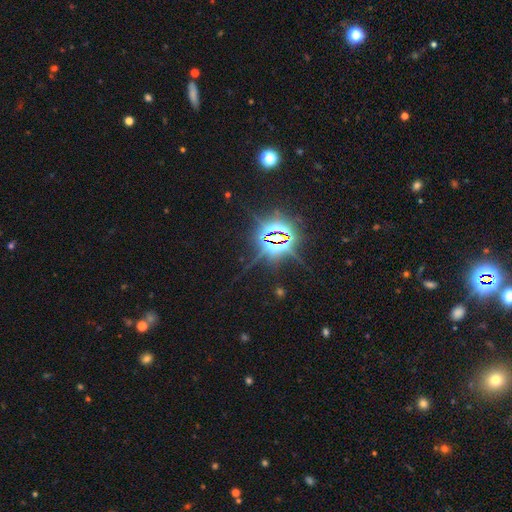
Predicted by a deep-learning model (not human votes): Smooth or featured: star or artifact — 84% (smooth — 9%)